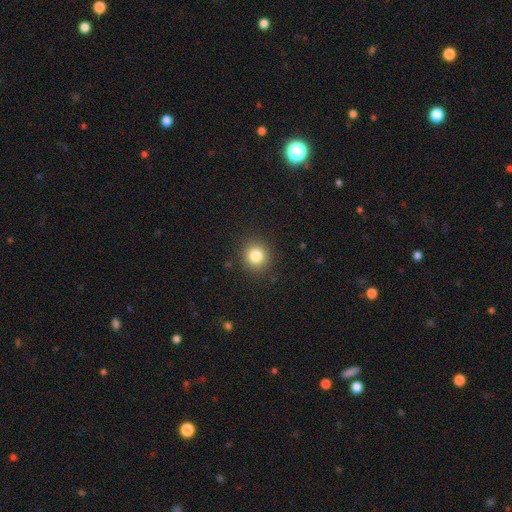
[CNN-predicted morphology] This appears to be a smooth galaxy with no disk features (82%) that is round (89%). Merging: none (90%).